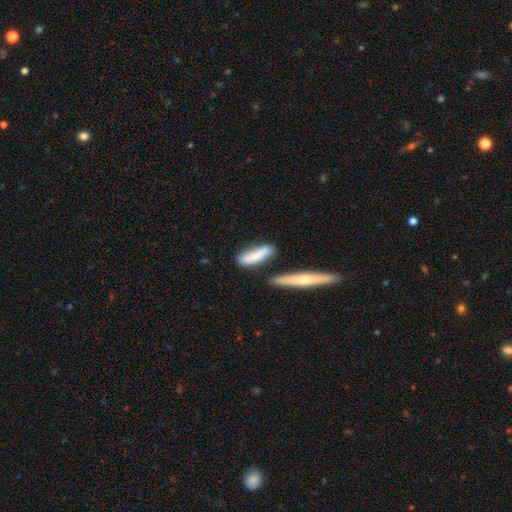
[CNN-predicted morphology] A smooth galaxy with no disk features (77%) that is cigar-shaped (66%). Merging: none (68%).